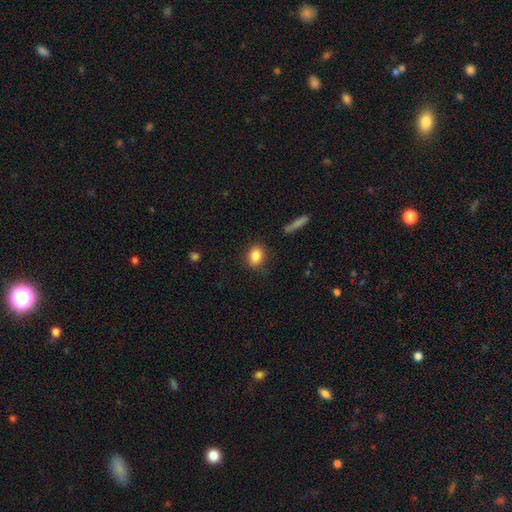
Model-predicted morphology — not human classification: Smooth or featured: smooth — 86% (star or artifact — 8%)
How rounded: in between — 58% (round — 40%)
Merging: none — 82% (minor disturbance — 12%)